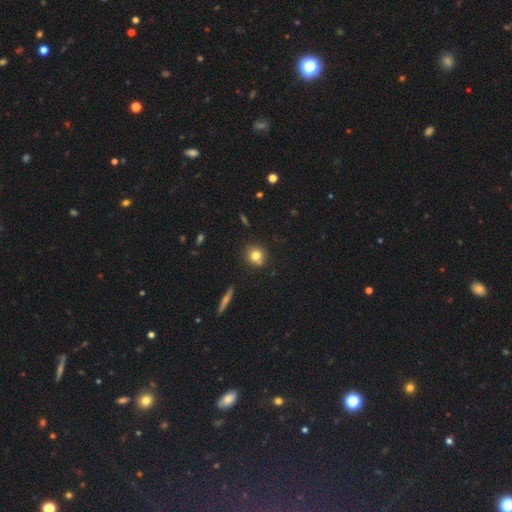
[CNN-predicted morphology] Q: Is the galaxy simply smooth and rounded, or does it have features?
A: smooth — 76%.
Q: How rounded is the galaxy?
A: round — 86%.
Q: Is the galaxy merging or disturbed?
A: none — 81%.